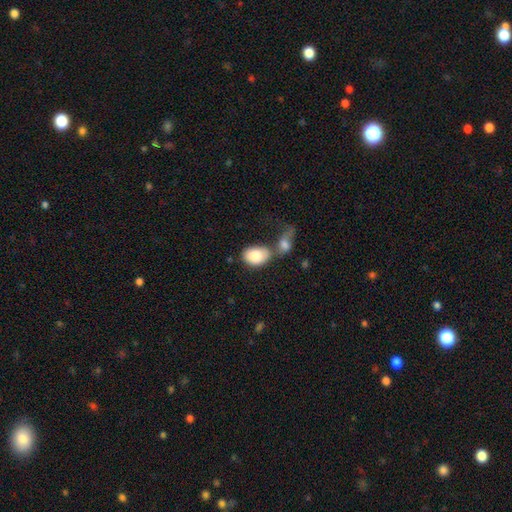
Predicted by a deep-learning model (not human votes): smooth 83%, featured or disk 11%, star or artifact 6%. Down the decision tree: how rounded — in between (81%); merging — merger (46%).